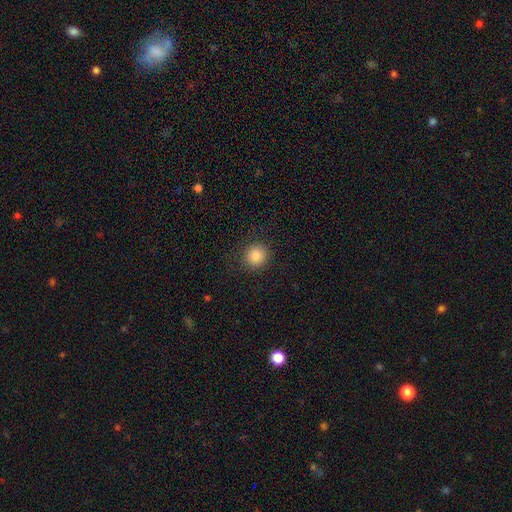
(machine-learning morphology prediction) smooth-or-featured: smooth: 85% | star or artifact: 10% | featured or disk: 5%
  how-rounded: round: 91% | in between: 8% | cigar-shaped: 1%
  merging: none: 88% | minor disturbance: 8% | major disturbance: 3% | merger: 1%